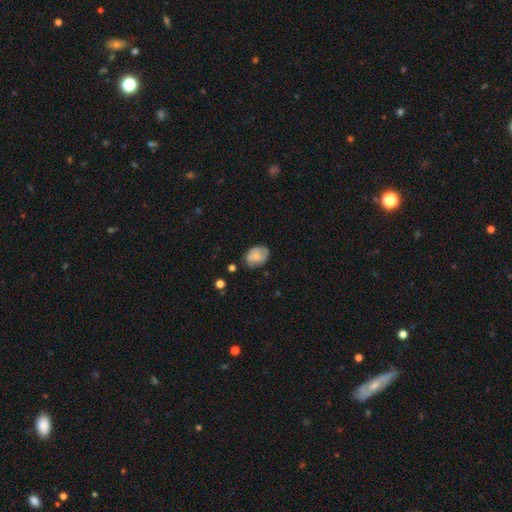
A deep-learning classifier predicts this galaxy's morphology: The model was most divided on "smooth or featured": smooth: 55%, featured or disk: 37%, star or artifact: 8%. More confident: how rounded — in between (76%); merging — none (64%).